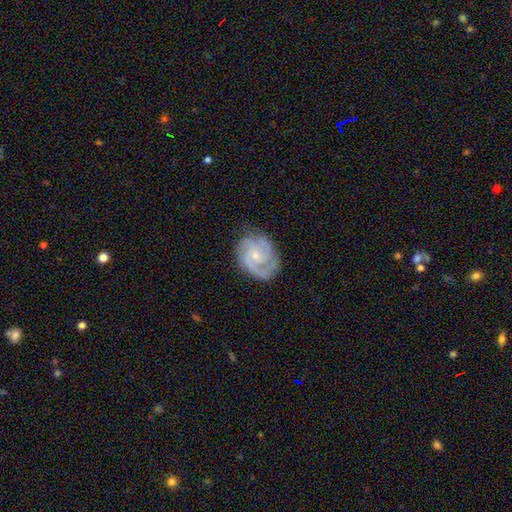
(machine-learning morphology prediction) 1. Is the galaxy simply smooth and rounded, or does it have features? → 87% featured or disk, 8% smooth, 5% star or artifact.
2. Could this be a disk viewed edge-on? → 98% no, 2% yes.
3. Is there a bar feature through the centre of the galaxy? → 66% no, 29% weak, 5% strong.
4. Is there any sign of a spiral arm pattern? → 98% yes, 2% no.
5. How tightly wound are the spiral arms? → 48% tight, 44% medium, 8% loose.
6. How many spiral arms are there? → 46% 3, 31% 2, 10% can't tell, 5% 4, 4% 1, 4% more than 4.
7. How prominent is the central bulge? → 71% small, 24% moderate, 3% none, 1% large, 1% dominant.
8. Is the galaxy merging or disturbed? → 75% none, 18% minor disturbance, 6% major disturbance, 1% merger.